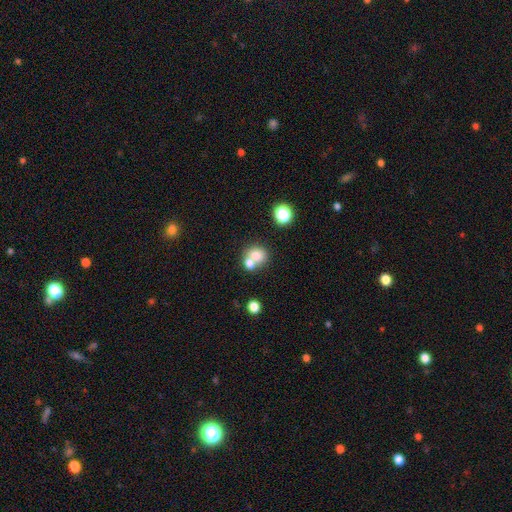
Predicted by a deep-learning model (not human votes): Smooth or featured? Predicted: smooth (p=0.75). How rounded? Predicted: round (p=0.76). Merging? Predicted: merger (p=0.50).